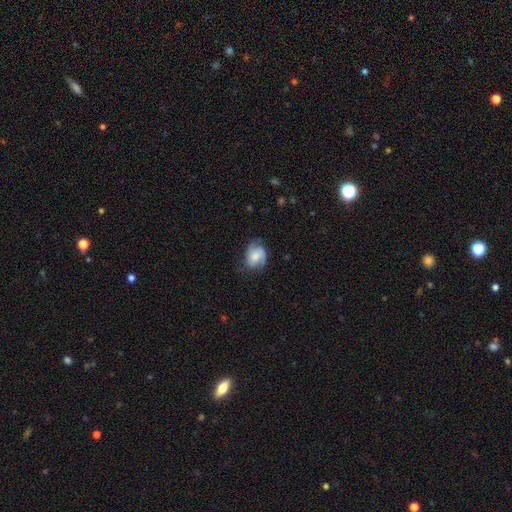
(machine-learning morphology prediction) This appears to be a featured or disk galaxy (48%). Merging: none (57%).